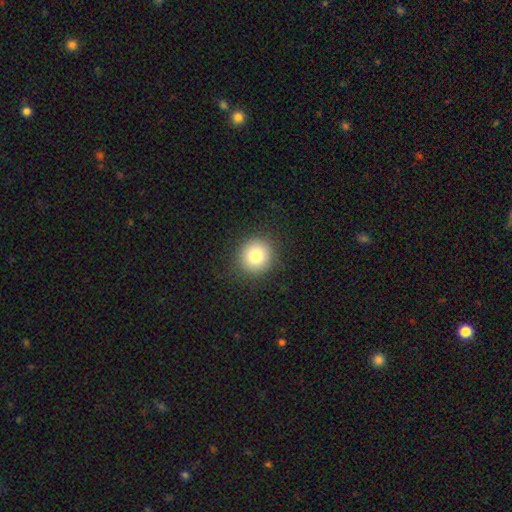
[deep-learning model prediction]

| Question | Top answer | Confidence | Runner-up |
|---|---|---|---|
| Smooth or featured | smooth | 83% | star or artifact (10%) |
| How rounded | round | 90% | in between (9%) |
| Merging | none | 89% | minor disturbance (7%) |